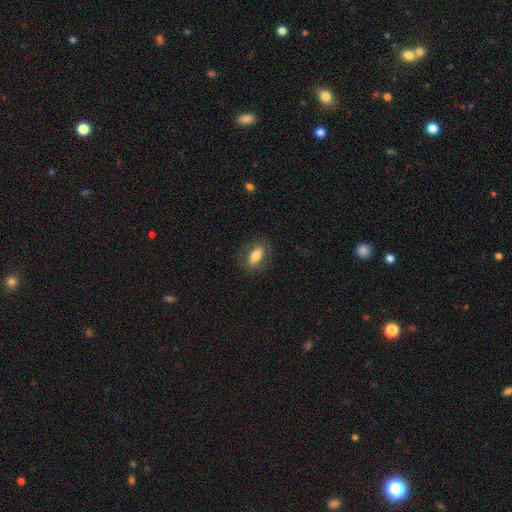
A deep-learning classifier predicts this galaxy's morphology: This is likely a smooth galaxy (68%). How rounded: clearly in between (85%). Merging: clearly none (80%).